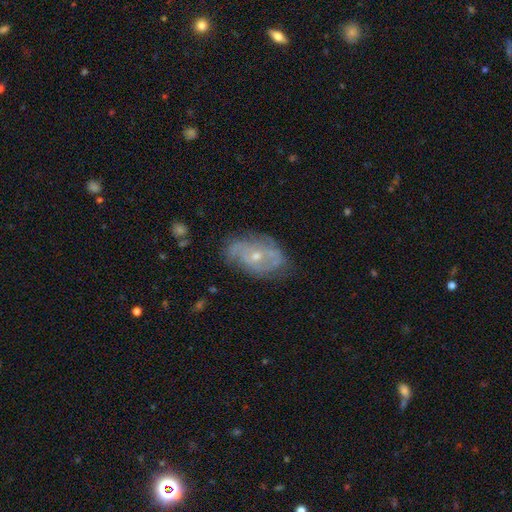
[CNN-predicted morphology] Overall: featured or disk (73%). Edge-on disk: no (94%). Bar: no (70%). Spiral arms: yes (78%). Spiral arm count: 2 (40%; can't tell 38%). Spiral winding: tight (45%; medium 37%). Bulge size: small (59%; moderate 38%). Merging: none (69%).